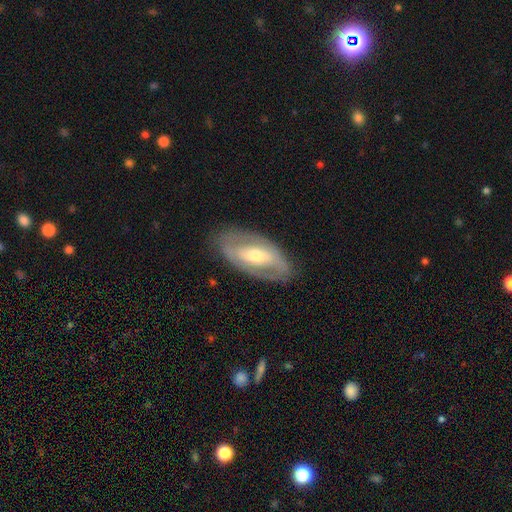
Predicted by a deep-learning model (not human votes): This appears to be a featured or disk galaxy (66%) with no bar (39%), no spiral arms (52%) and a moderate central bulge (59%). Merging: none (81%).